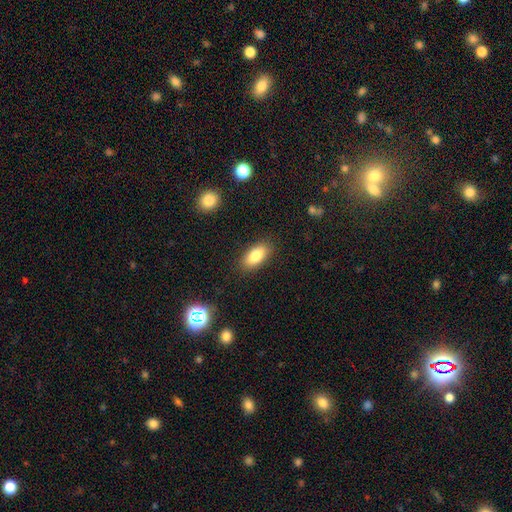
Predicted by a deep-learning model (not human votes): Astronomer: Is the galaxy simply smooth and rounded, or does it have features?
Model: smooth — 82%.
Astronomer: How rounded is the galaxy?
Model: in between — 87%.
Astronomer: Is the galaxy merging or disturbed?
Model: none — 87%.